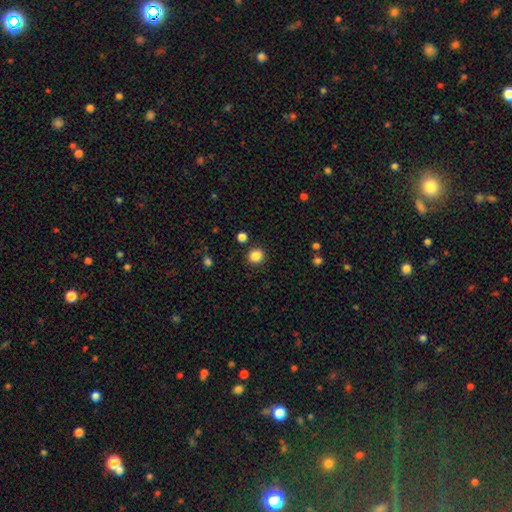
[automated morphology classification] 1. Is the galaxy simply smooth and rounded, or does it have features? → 86% smooth, 11% star or artifact, 3% featured or disk.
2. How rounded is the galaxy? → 87% round, 12% in between, 1% cigar-shaped.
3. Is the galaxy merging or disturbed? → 89% none, 6% minor disturbance, 2% merger, 2% major disturbance.